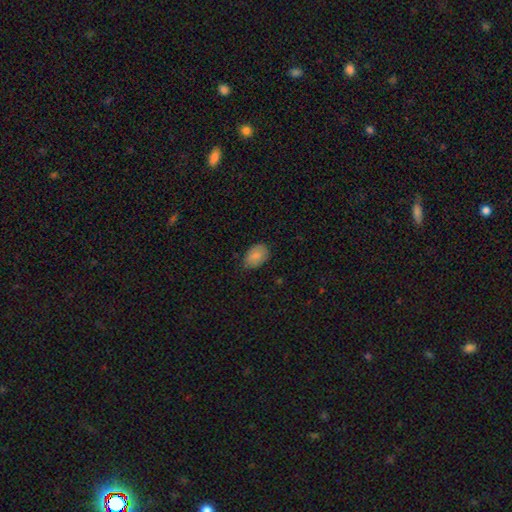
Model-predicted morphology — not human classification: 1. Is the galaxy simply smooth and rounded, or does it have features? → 86% smooth, 7% star or artifact, 7% featured or disk.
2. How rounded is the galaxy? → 85% in between, 14% round, 1% cigar-shaped.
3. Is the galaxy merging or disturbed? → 78% none, 18% minor disturbance, 3% major disturbance, 1% merger.